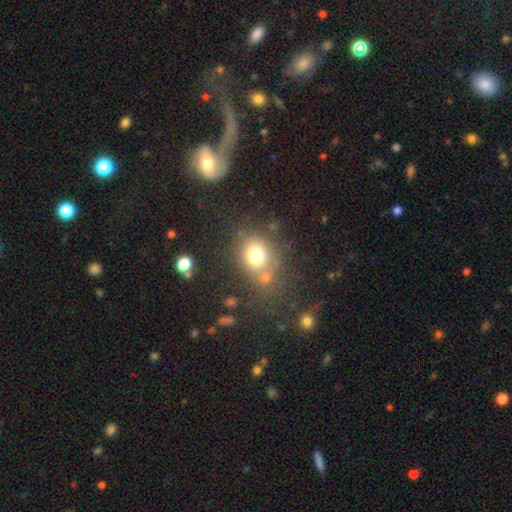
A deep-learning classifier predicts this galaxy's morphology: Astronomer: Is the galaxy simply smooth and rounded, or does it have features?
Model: smooth — 74%.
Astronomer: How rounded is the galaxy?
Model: round — 60% (runner-up: in between, 39%).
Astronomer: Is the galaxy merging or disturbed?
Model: none — 57%.